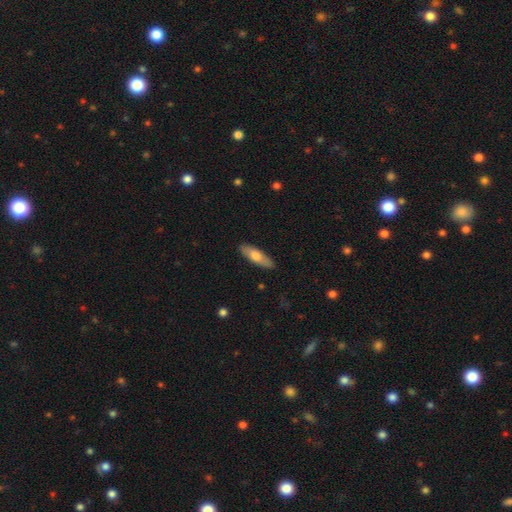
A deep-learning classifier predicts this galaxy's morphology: Smooth or featured? Predicted: smooth (p=0.68). How rounded? Predicted: in between (p=0.51). Merging? Predicted: none (p=0.88).